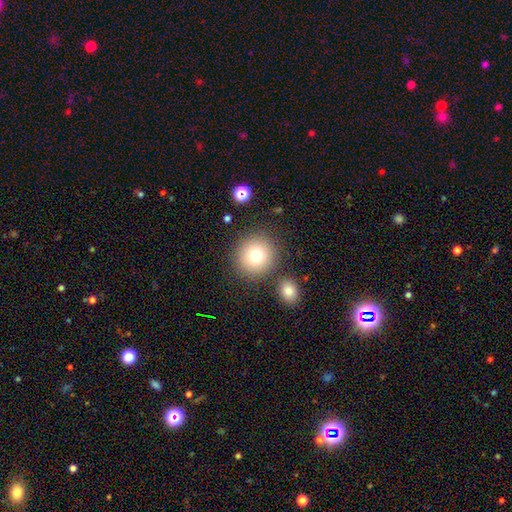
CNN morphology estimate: smooth-or-featured: smooth: 77% | star or artifact: 12% | featured or disk: 10%
  how-rounded: round: 93% | in between: 6% | cigar-shaped: 1%
  merging: none: 83% | minor disturbance: 7% | merger: 7% | major disturbance: 3%